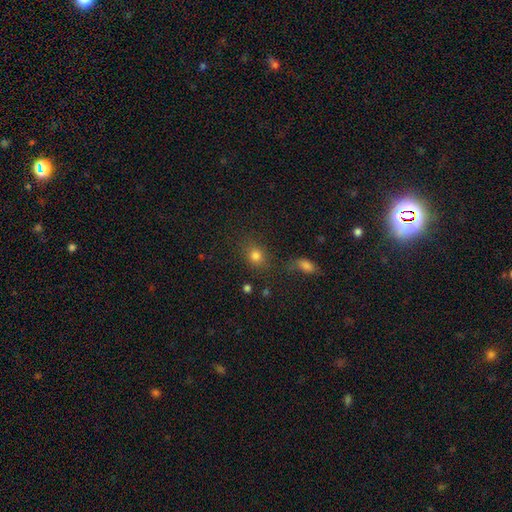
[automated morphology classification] This is likely a smooth galaxy (78%). How rounded: likely round (62%). Merging: likely none (74%).